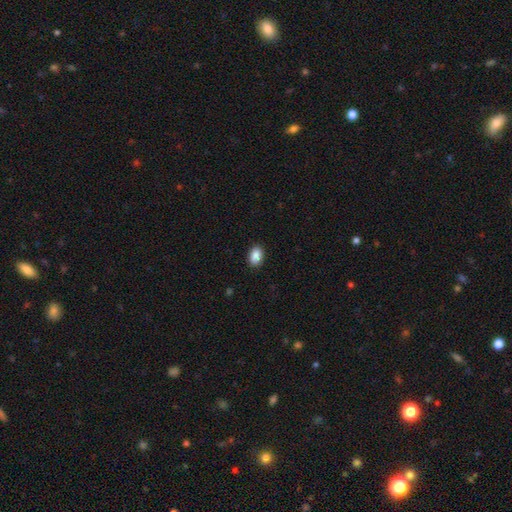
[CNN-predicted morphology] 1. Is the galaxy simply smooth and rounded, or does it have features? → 89% smooth, 8% star or artifact, 3% featured or disk.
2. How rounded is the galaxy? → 86% in between, 13% round, 1% cigar-shaped.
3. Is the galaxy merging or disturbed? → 89% none, 8% minor disturbance, 2% major disturbance, 1% merger.